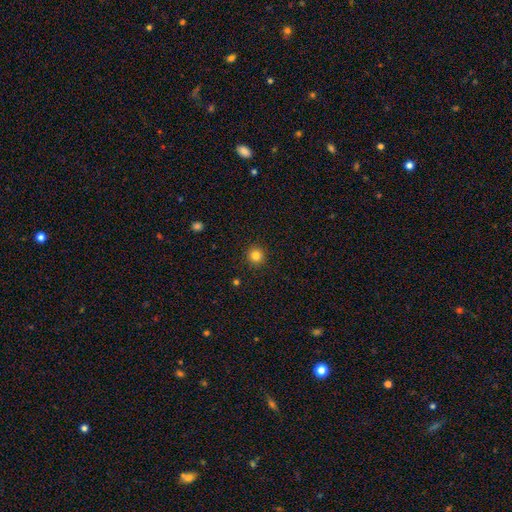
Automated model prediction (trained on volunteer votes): Smooth or featured?
  - smooth: 83% *
  - star or artifact: 12%
  - featured or disk: 5%
How rounded?
  - round: 95% *
  - in between: 4%
  - cigar-shaped: 1%
Merging?
  - none: 92% *
  - minor disturbance: 5%
  - major disturbance: 2%
  - merger: 1%